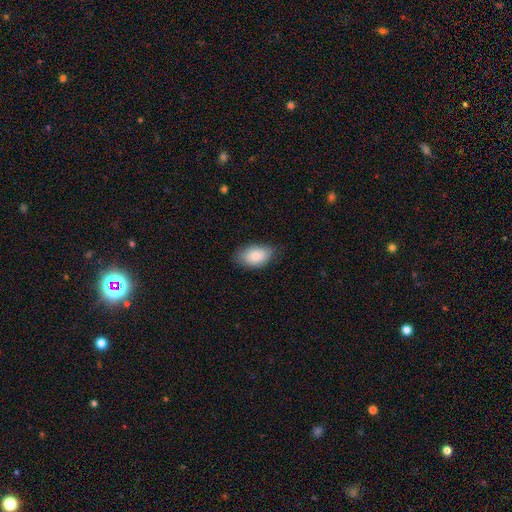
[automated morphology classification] Smooth or featured? Predicted: smooth (p=0.87). How rounded? Predicted: in between (p=0.93). Merging? Predicted: none (p=0.77).